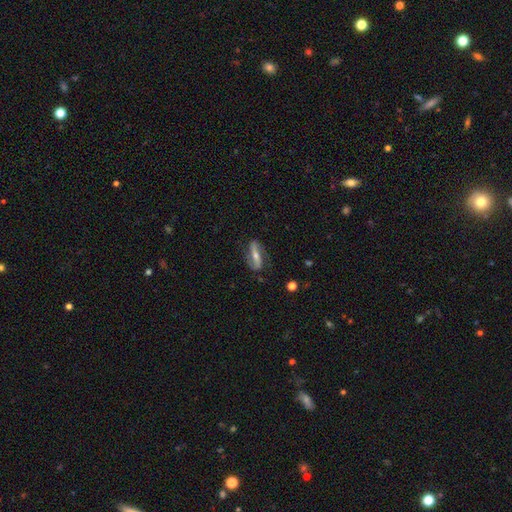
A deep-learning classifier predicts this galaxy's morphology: A featured or disk galaxy (75%) with a strong bar (53%), 2 (89%) loose (50%) spiral arms (89%) and a moderate central bulge (52%).

Vote fractions:
- Smooth or featured? featured or disk: 75% / smooth: 18% / star or artifact: 7%
- Edge-on disk? no: 84% / yes: 16%
- Bar? strong: 53% / weak: 25% / no: 23%
- Spiral arms? yes: 89% / no: 11%
- Spiral winding? loose: 50% / medium: 32% / tight: 18%
- Spiral arm count? 2: 89% / can't tell: 5% / 1: 3% / 3: 1% / 4: 1% / more than 4: 1%
- Bulge size? moderate: 52% / small: 42% / large: 3% / none: 2% / dominant: 1%
- Merging? none: 77% / minor disturbance: 16% / major disturbance: 6% / merger: 2%